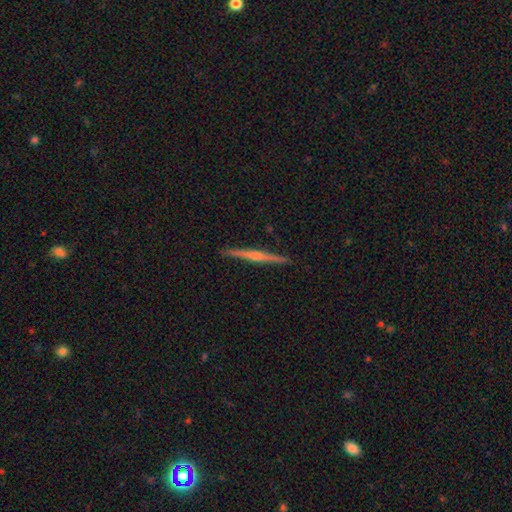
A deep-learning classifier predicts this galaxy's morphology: This is likely a featured or disk galaxy (76%). It is clearly viewed edge-on (99%). Edge-on bulge: likely rounded (72%). Merging: clearly none (92%).